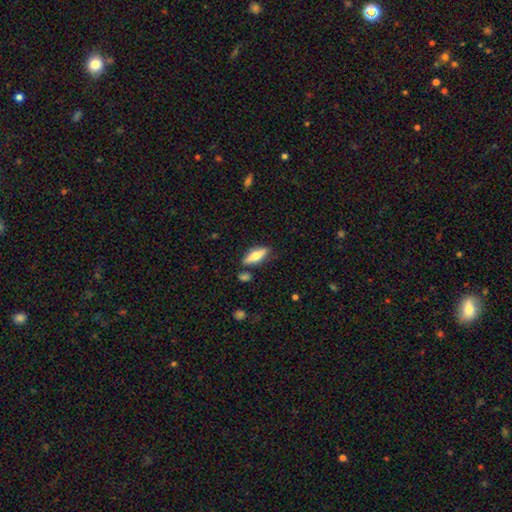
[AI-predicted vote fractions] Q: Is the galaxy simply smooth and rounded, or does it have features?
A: smooth — 55%.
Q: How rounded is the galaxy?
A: in between — 49%.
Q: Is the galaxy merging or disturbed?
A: none — 80%.